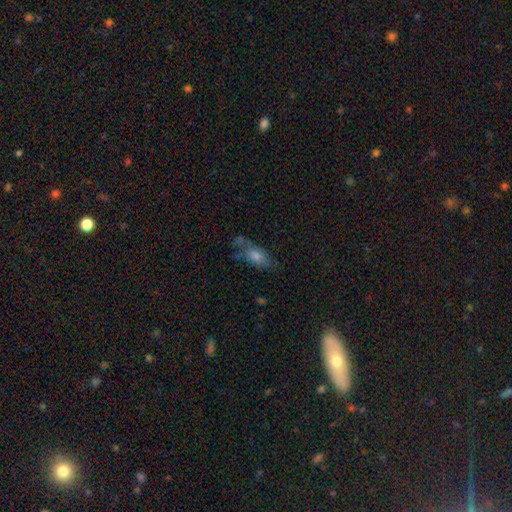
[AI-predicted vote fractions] Smooth or featured? smooth (55%)
How rounded? in between (78%)
Merging? none (48%)